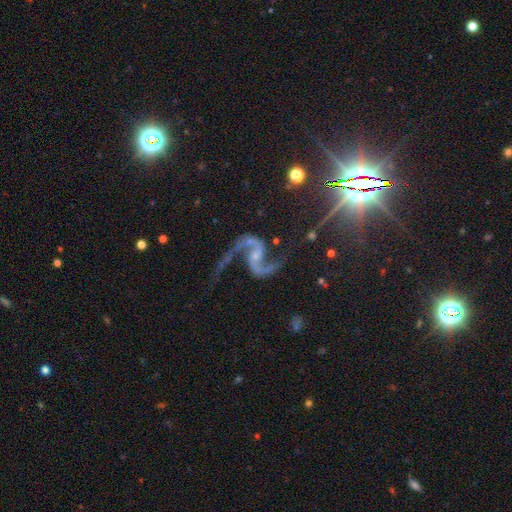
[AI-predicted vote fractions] Smooth or featured? featured or disk (90%)
Edge-on disk? no (98%)
Bar? no (42%)
Spiral arms? yes (98%)
Spiral winding? loose (63%)
Spiral arm count? 2 (94%)
Bulge size? small (60%)
Merging? none (68%)